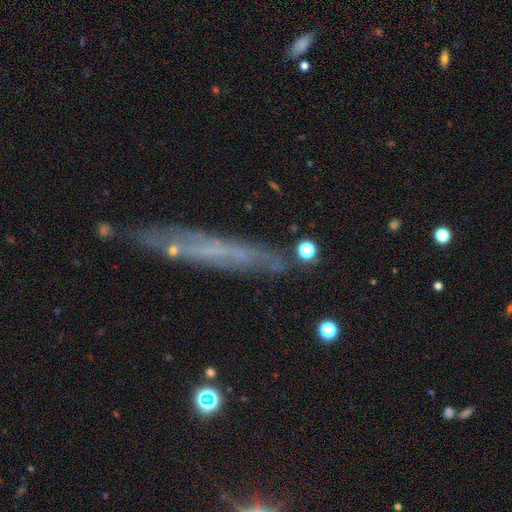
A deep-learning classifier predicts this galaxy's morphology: The model was most divided on "smooth or featured": featured or disk: 53%, smooth: 35%, star or artifact: 12%. More confident: merging — none (78%); edge-on disk — yes (73%).